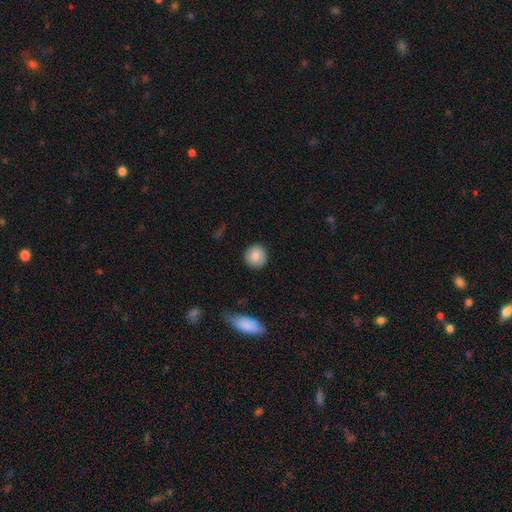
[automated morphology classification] Q: Smooth or featured?
A: smooth (83%); runner-up: featured or disk (9%)
Q: How rounded?
A: round (91%); runner-up: in between (8%)
Q: Merging?
A: none (89%); runner-up: minor disturbance (8%)